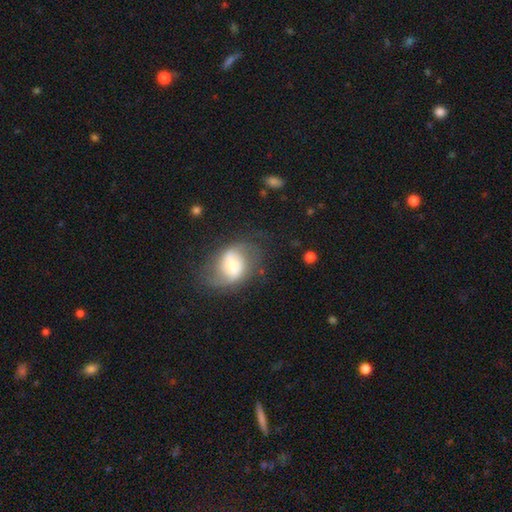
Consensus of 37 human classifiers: Overall: featured or disk (76%). Edge-on disk: no (96%). Bar: weak (48%; strong 41%). Spiral arms: yes (85%). Spiral arm count: 2 (91%). Spiral winding: medium (39%; loose 35%). Bulge size: moderate (41%, tied with small). Merging: none (83%).